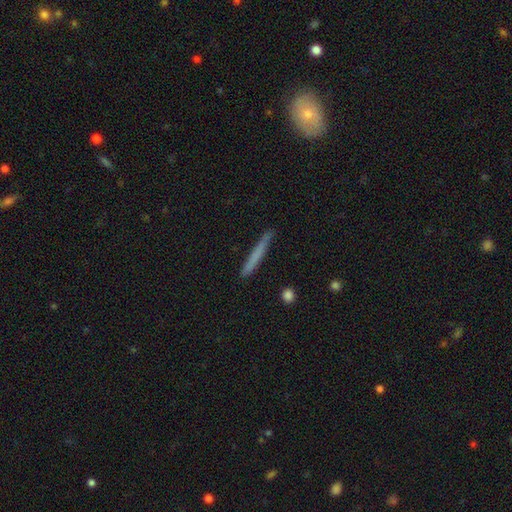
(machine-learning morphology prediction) A smooth galaxy with no disk features (64%) that is cigar-shaped (97%).

Vote fractions:
- Smooth or featured? smooth: 64% / featured or disk: 29% / star or artifact: 6%
- How rounded? cigar-shaped: 97% / in between: 2% / round: 1%
- Merging? none: 87% / minor disturbance: 10% / major disturbance: 2% / merger: 1%